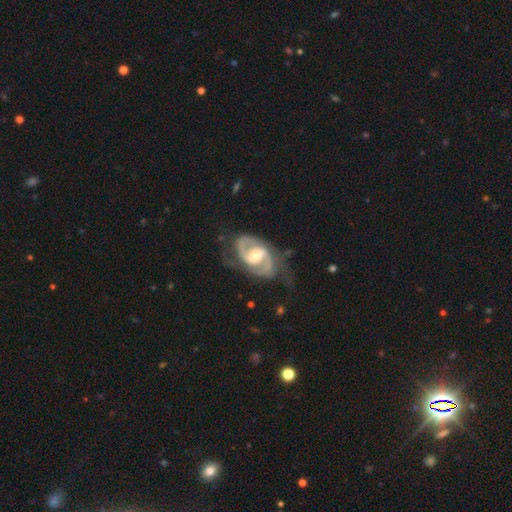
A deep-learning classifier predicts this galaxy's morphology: Smooth or featured? featured or disk (89%)
Edge-on disk? no (97%)
Bar? weak (47%)
Spiral arms? yes (97%)
Spiral winding? medium (52%)
Spiral arm count? 2 (86%)
Bulge size? moderate (57%)
Merging? none (61%)